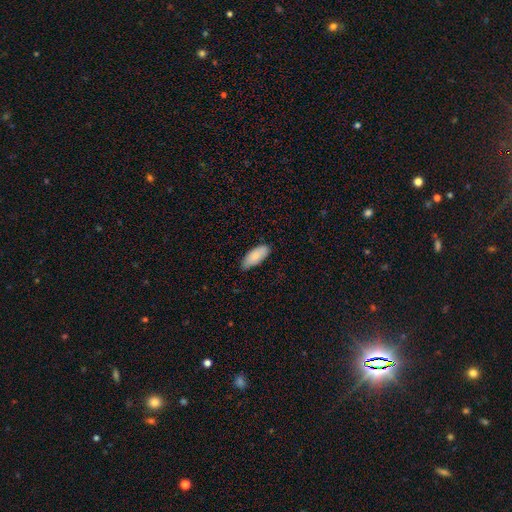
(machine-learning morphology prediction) Smooth or featured? Predicted: smooth (p=0.86). How rounded? Predicted: in between (p=0.86). Merging? Predicted: none (p=0.77).